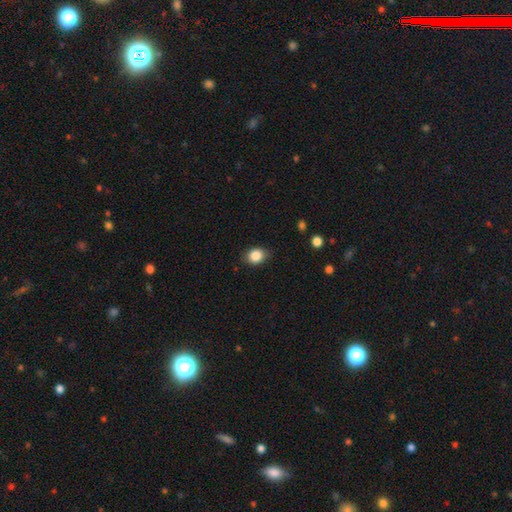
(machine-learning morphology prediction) Q: Smooth or featured?
A: smooth (86%); runner-up: star or artifact (9%)
Q: How rounded?
A: round (50%); runner-up: in between (49%)
Q: Merging?
A: none (79%); runner-up: minor disturbance (16%)